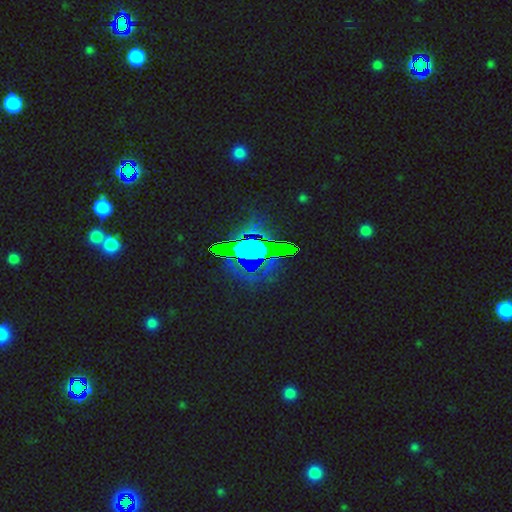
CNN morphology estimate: Smooth or featured? Predicted: star or artifact (p=0.84).